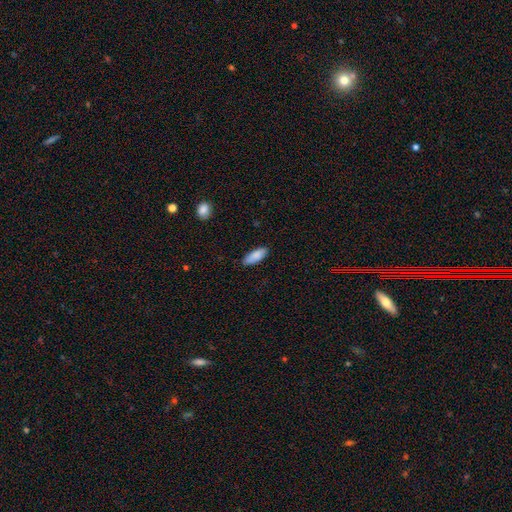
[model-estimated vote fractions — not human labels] The model was most divided on "how rounded": in between: 75%, cigar-shaped: 23%, round: 2%. More confident: smooth or featured — smooth (87%); merging — none (86%).